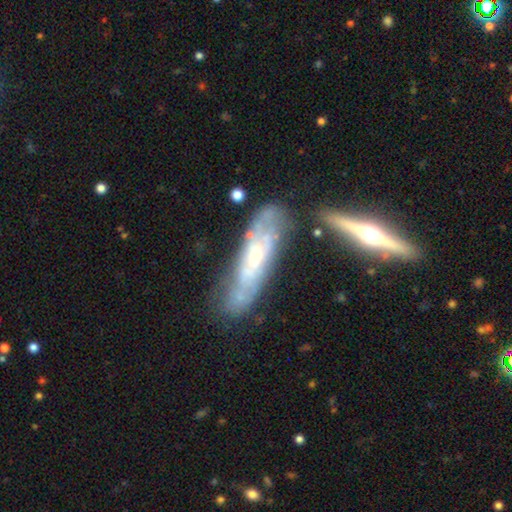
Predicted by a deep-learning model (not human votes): This is likely a featured or disk galaxy (72%). It is possibly not viewed edge-on (59%). Merging: possibly none (57%).